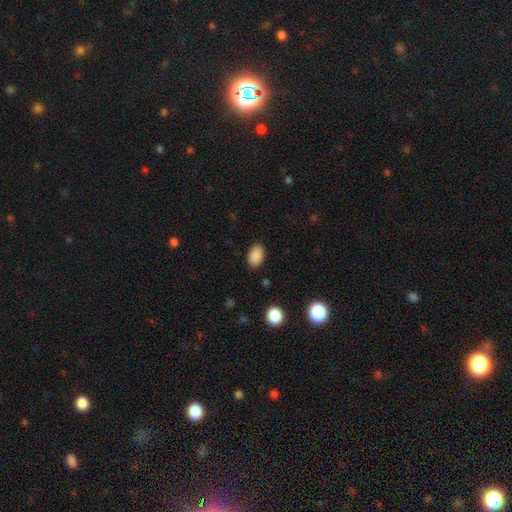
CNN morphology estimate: A smooth galaxy with no disk features (89%) that is in between round and cigar-shaped (90%).

Vote fractions:
- Smooth or featured? smooth: 89% / star or artifact: 8% / featured or disk: 3%
- How rounded? in between: 90% / round: 9% / cigar-shaped: 1%
- Merging? none: 87% / minor disturbance: 9% / major disturbance: 3% / merger: 1%